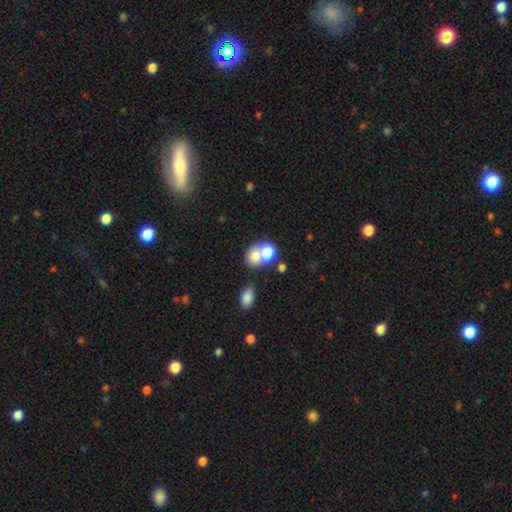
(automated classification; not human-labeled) Overall: smooth (71%). How rounded: round (62%; in between 37%). Merging: merger (51%; none 36%).